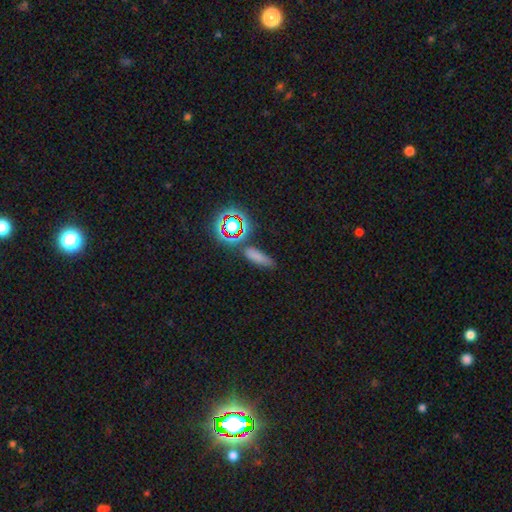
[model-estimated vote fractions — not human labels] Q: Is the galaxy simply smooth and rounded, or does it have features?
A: smooth — 67%.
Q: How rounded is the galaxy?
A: cigar-shaped — 51%.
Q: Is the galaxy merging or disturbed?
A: none — 75%.